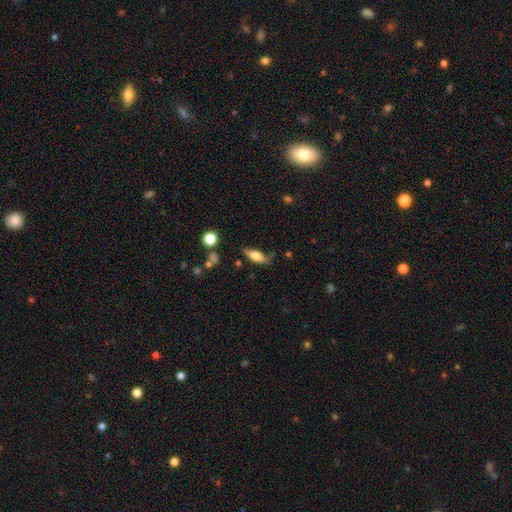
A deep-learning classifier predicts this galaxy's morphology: A smooth galaxy with no disk features (58%) that is in between round and cigar-shaped (63%).

Vote fractions:
- Smooth or featured? smooth: 58% / featured or disk: 35% / star or artifact: 8%
- How rounded? in between: 63% / cigar-shaped: 33% / round: 4%
- Merging? none: 64% / minor disturbance: 24% / major disturbance: 8% / merger: 4%